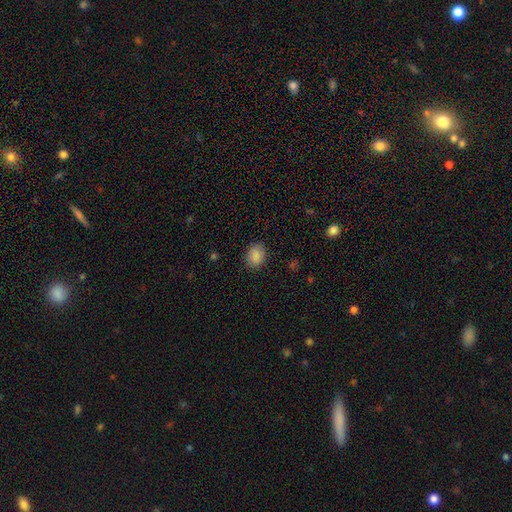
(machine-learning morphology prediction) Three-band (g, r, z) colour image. It shows a smooth galaxy with no disk features (87%) that is in between round and cigar-shaped (54%). Merging: none (85%).